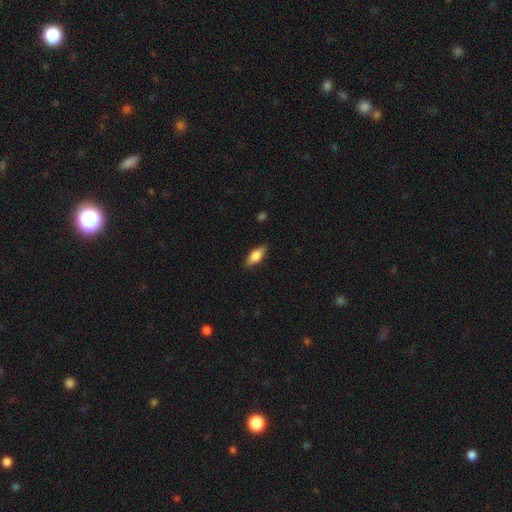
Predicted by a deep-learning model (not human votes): smooth_or_featured: smooth (p=0.70) [alt: featured or disk p=0.23]
how_rounded: in between (p=0.80) [alt: cigar-shaped p=0.17]
merging: none (p=0.84) [alt: minor disturbance p=0.12]